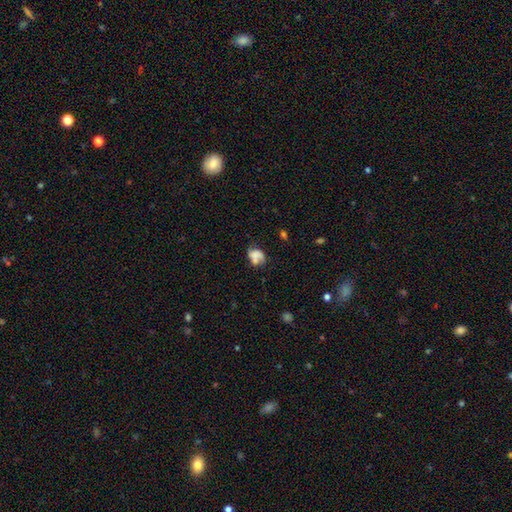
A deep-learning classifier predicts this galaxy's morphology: Q: Smooth or featured?
A: smooth (54%); runner-up: featured or disk (34%)
Q: How rounded?
A: in between (62%); runner-up: round (36%)
Q: Merging?
A: none (36%); runner-up: minor disturbance (24%)